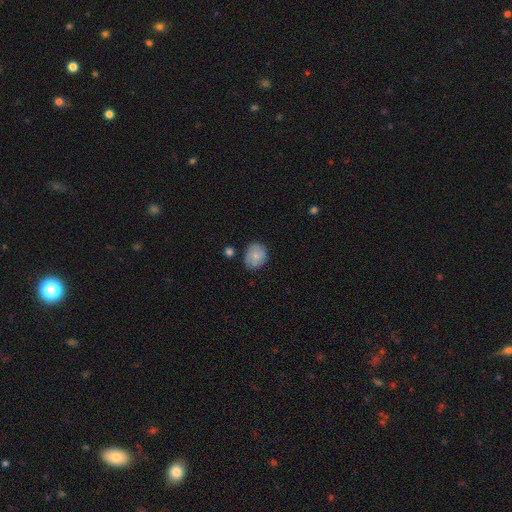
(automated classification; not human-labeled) Overall: smooth (84%). How rounded: round (63%; in between 36%). Merging: none (74%).